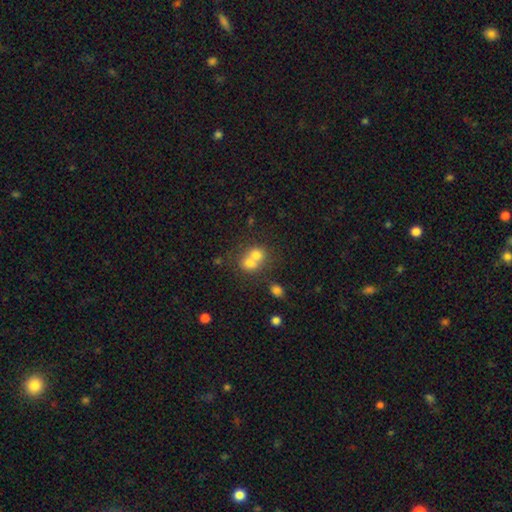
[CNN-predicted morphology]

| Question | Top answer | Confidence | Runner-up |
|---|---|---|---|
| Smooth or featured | smooth | 70% | featured or disk (19%) |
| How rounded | round | 66% | in between (33%) |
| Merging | merger | 66% | none (25%) |